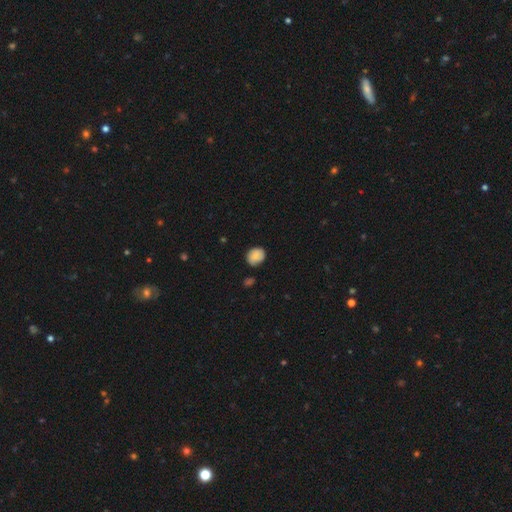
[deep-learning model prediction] This appears to be a smooth galaxy with no disk features (81%) that is round (65%). Merging: none (73%).